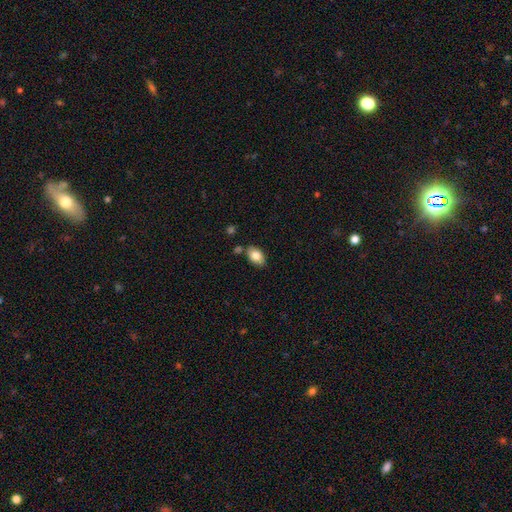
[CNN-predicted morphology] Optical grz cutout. It shows a smooth galaxy with no disk features (82%) that is in between round and cigar-shaped (90%). Merging: none (77%).